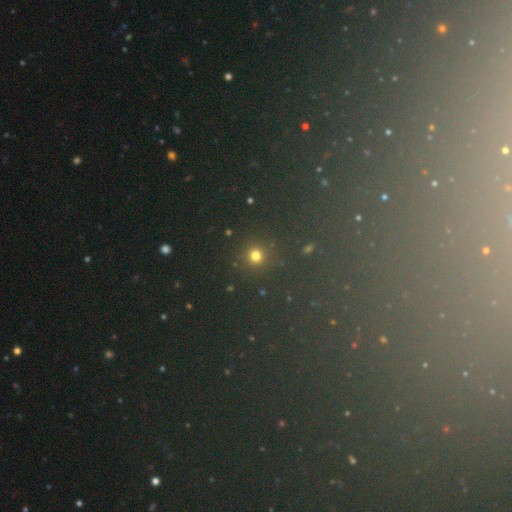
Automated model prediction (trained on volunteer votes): Smooth or featured? smooth (69%)
How rounded? round (93%)
Merging? none (88%)